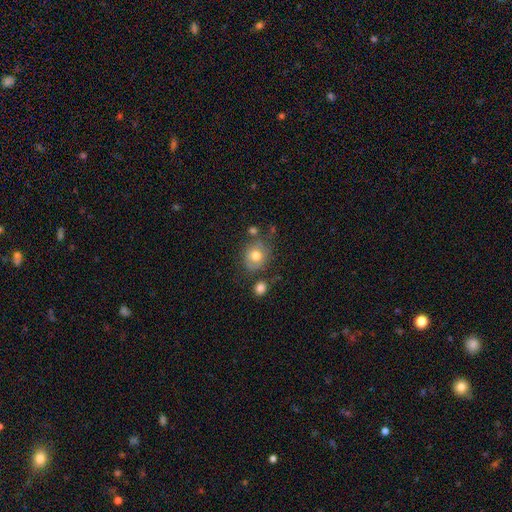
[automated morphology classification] Smooth or featured? Predicted: smooth (p=0.72). How rounded? Predicted: round (p=0.73). Merging? Predicted: none (p=0.64).